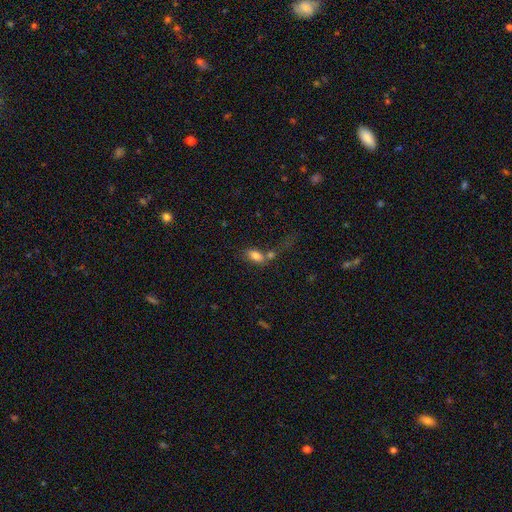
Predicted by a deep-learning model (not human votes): Smooth or featured? smooth (79%)
How rounded? in between (87%)
Merging? merger (43%)